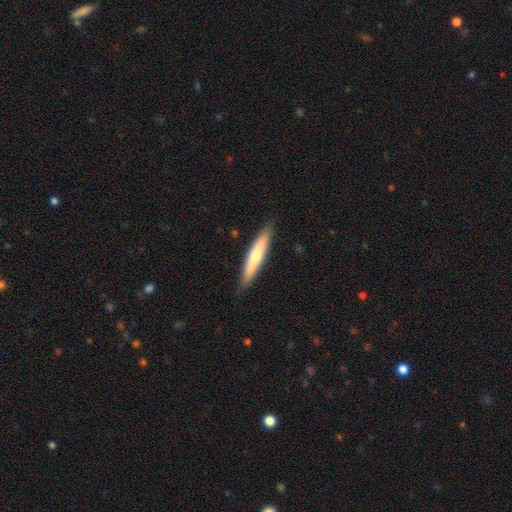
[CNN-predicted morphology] Smooth or featured? smooth (58%)
How rounded? cigar-shaped (91%)
Merging? none (89%)